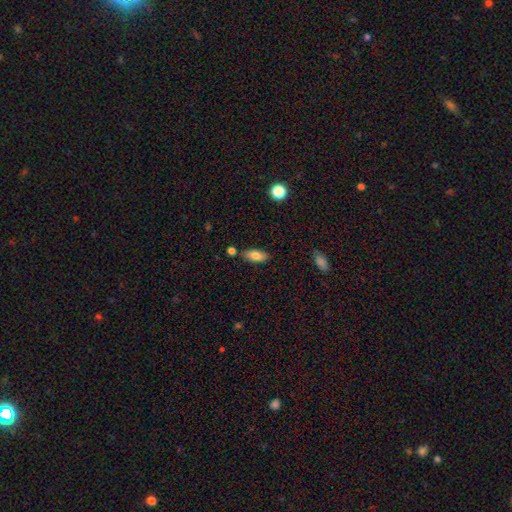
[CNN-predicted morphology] Q: Smooth or featured?
A: smooth (80%); runner-up: featured or disk (13%)
Q: How rounded?
A: in between (85%); runner-up: cigar-shaped (12%)
Q: Merging?
A: none (79%); runner-up: minor disturbance (13%)